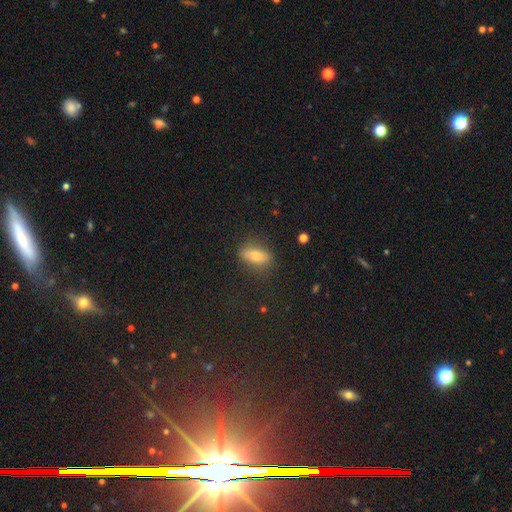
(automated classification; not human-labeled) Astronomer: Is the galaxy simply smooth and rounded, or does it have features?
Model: smooth — 79%.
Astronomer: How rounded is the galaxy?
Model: in between — 78%.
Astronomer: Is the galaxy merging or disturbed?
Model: none — 74%.